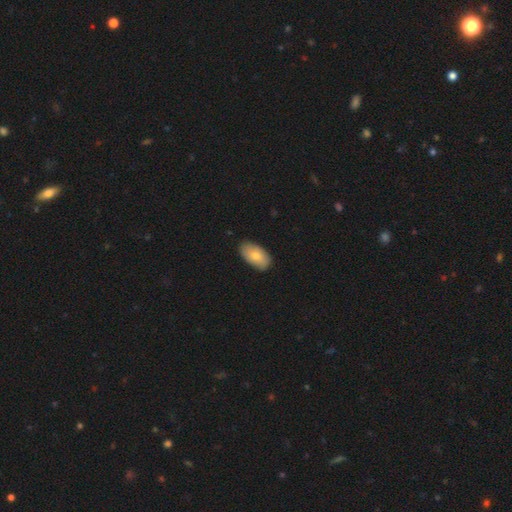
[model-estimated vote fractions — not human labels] A smooth galaxy with no disk features (75%) that is in between round and cigar-shaped (95%). Merging: none (85%).